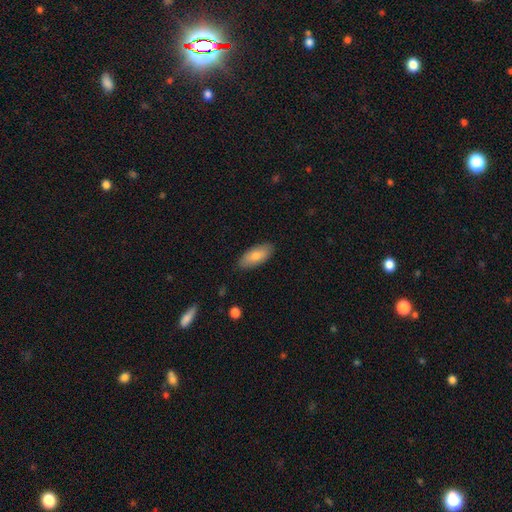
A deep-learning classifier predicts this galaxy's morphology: Smooth or featured? smooth (76%)
How rounded? in between (84%)
Merging? none (87%)